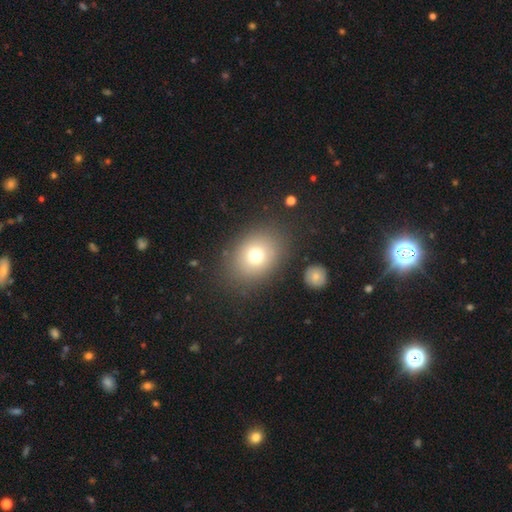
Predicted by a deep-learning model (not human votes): smooth_or_featured: smooth (p=0.73) [alt: featured or disk p=0.14]
how_rounded: in between (p=0.53) [alt: round p=0.46]
merging: none (p=0.83) [alt: minor disturbance p=0.10]